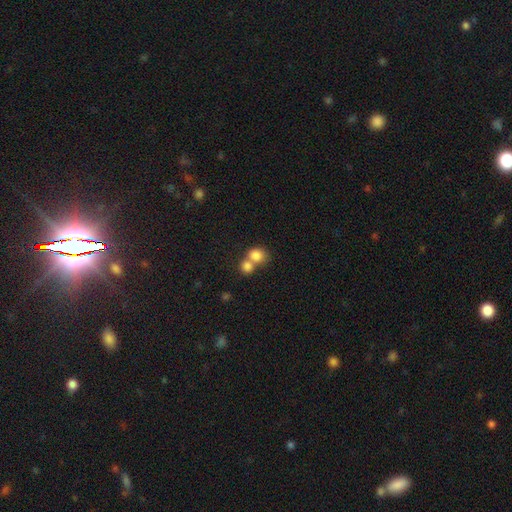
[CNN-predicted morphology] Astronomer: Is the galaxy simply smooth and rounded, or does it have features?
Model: smooth — 81%.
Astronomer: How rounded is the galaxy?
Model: round — 71%.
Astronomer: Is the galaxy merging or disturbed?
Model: merger — 58%.